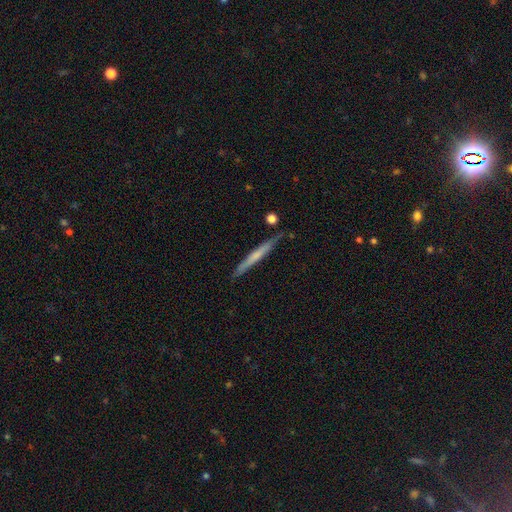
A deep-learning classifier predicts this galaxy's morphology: A featured or disk galaxy (48%).

Vote fractions:
- Smooth or featured? featured or disk: 48% / smooth: 46% / star or artifact: 6%
- Merging? none: 83% / minor disturbance: 12% / merger: 3% / major disturbance: 2%